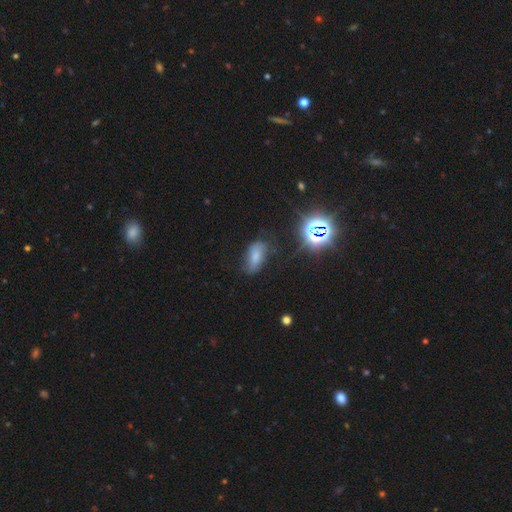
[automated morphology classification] A smooth galaxy with no disk features (63%) that is in between round and cigar-shaped (90%). Merging: none (57%).